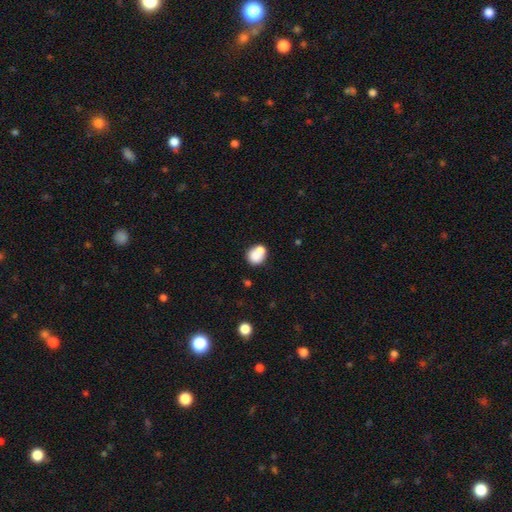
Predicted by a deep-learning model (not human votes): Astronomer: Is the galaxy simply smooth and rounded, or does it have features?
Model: smooth — 78%.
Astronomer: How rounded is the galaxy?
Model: round — 64%.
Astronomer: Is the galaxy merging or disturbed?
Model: none — 42% (runner-up: merger, 41%).